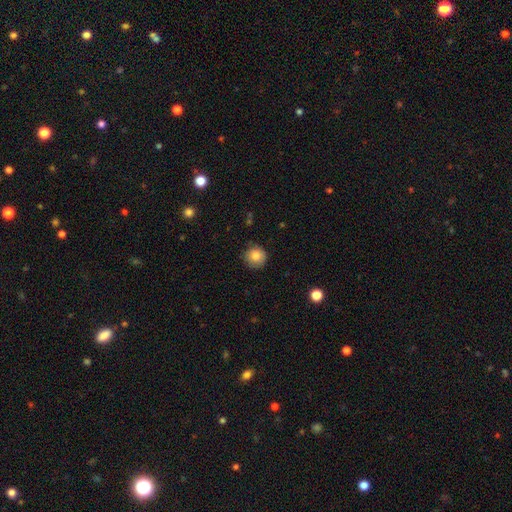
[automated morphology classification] Smooth or featured?
  - smooth: 84% *
  - star or artifact: 9%
  - featured or disk: 7%
How rounded?
  - round: 93% *
  - in between: 6%
  - cigar-shaped: 1%
Merging?
  - none: 85% *
  - minor disturbance: 11%
  - major disturbance: 2%
  - merger: 1%